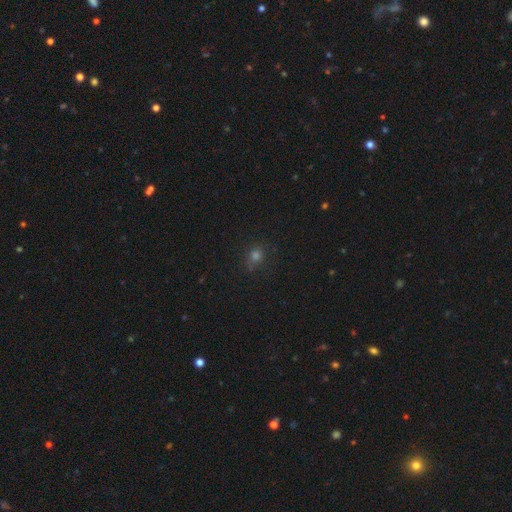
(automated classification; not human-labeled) Smooth or featured?
  - smooth: 67% *
  - star or artifact: 26%
  - featured or disk: 7%
How rounded?
  - round: 80% *
  - in between: 19%
  - cigar-shaped: 1%
Merging?
  - none: 82% *
  - minor disturbance: 12%
  - major disturbance: 4%
  - merger: 2%